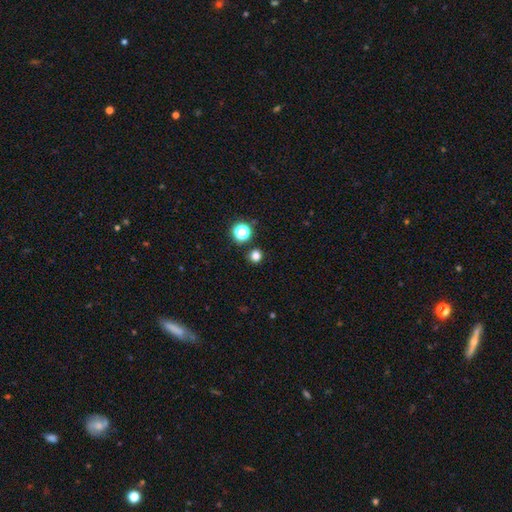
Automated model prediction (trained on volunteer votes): Smooth or featured: smooth — 78% (star or artifact — 18%)
How rounded: round — 93% (in between — 6%)
Merging: none — 90% (minor disturbance — 5%)